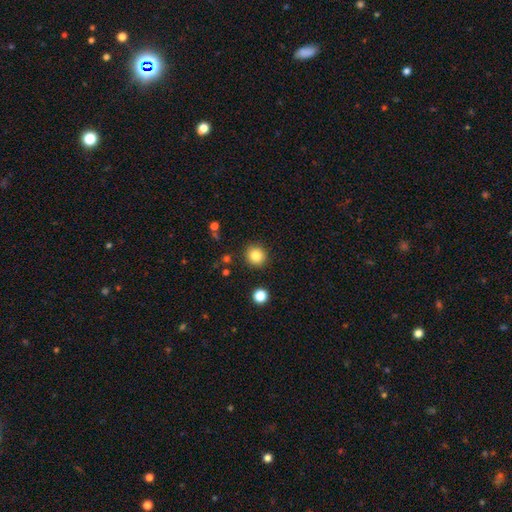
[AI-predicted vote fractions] A smooth galaxy with no disk features (84%) that is round (91%). Merging: none (90%).